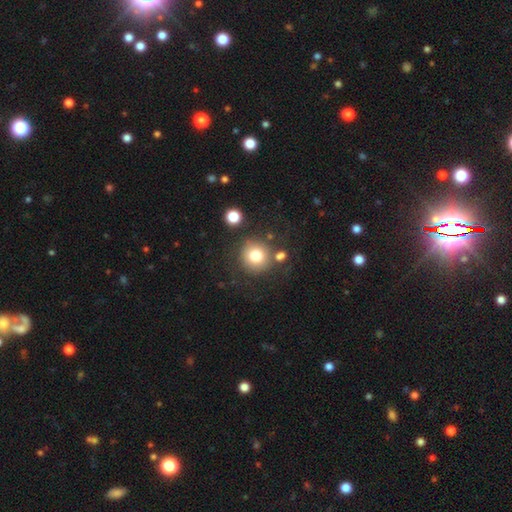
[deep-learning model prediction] Smooth or featured: smooth — 78% (star or artifact — 12%)
How rounded: round — 93% (in between — 6%)
Merging: none — 78% (minor disturbance — 10%)